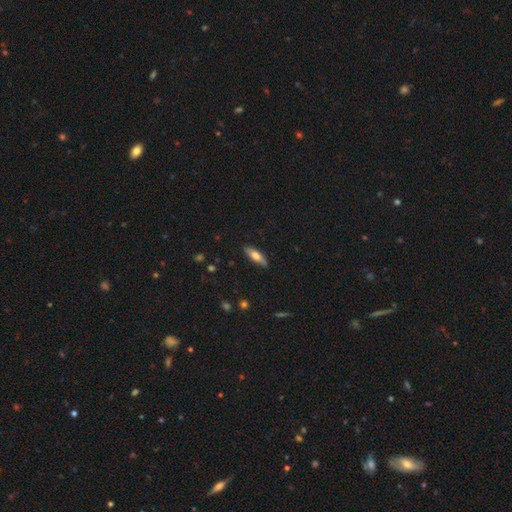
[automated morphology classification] Q: Smooth or featured?
A: smooth (62%); runner-up: featured or disk (32%)
Q: How rounded?
A: cigar-shaped (51%); runner-up: in between (47%)
Q: Merging?
A: none (87%); runner-up: minor disturbance (10%)